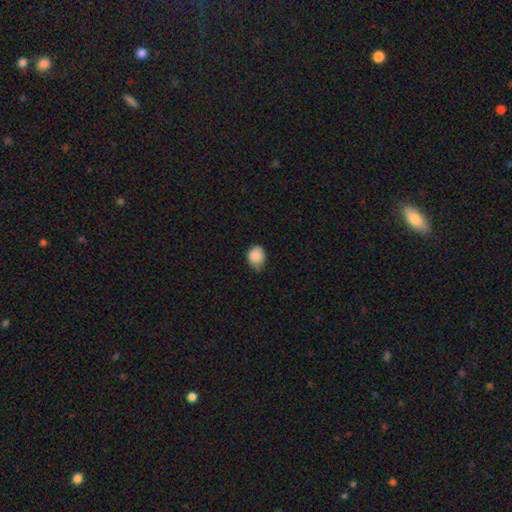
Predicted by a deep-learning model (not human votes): Smooth or featured? Predicted: smooth (p=0.88). How rounded? Predicted: round (p=0.60). Merging? Predicted: none (p=0.57).